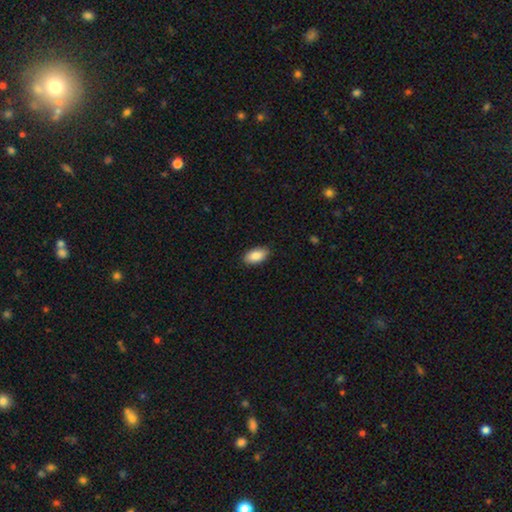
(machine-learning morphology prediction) Smooth or featured?
  - smooth: 86% *
  - featured or disk: 8%
  - star or artifact: 7%
How rounded?
  - in between: 93% *
  - round: 3%
  - cigar-shaped: 3%
Merging?
  - none: 87% *
  - minor disturbance: 10%
  - major disturbance: 2%
  - merger: 1%